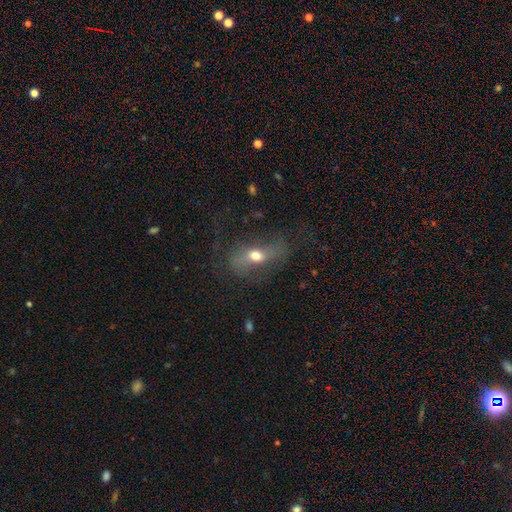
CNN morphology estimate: Smooth or featured? featured or disk (46%)
Merging? none (52%)